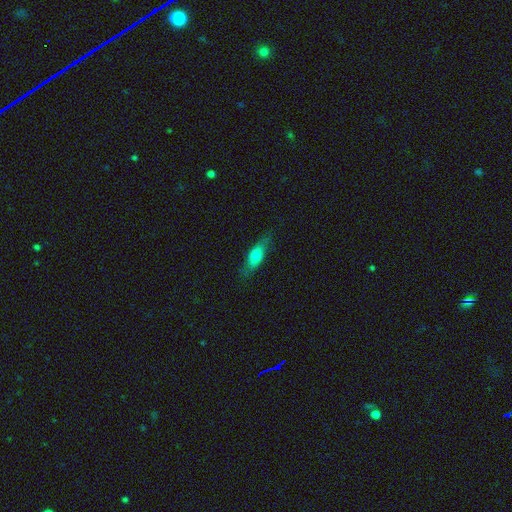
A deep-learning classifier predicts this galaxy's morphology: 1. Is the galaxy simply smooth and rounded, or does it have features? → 67% smooth, 25% featured or disk, 7% star or artifact.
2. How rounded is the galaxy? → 56% in between, 41% cigar-shaped, 3% round.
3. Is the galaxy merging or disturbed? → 75% none, 19% minor disturbance, 5% major disturbance, 1% merger.